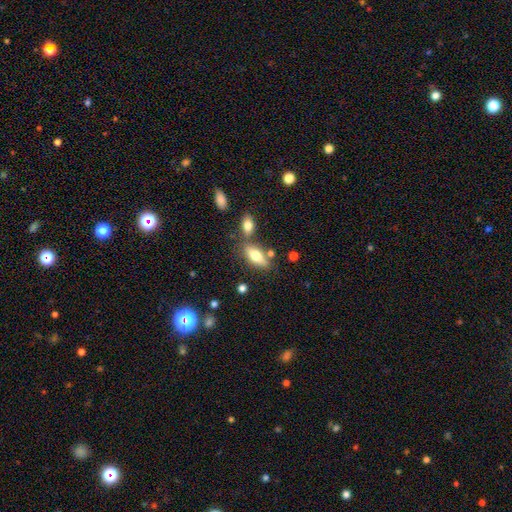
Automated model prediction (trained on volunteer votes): This is likely a smooth galaxy (70%). How rounded: likely in between (75%). Merging: likely none (65%).